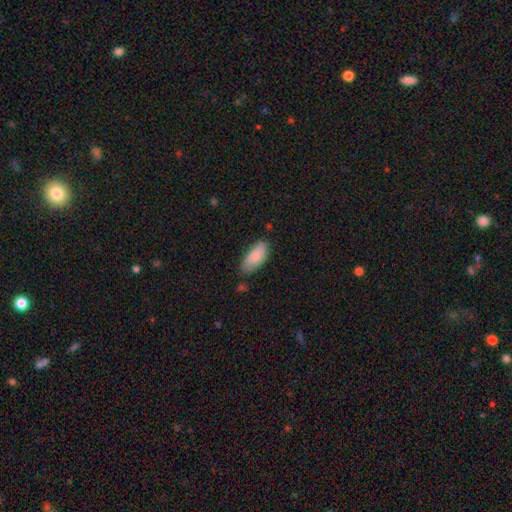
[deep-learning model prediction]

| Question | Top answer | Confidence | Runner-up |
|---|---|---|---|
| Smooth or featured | smooth | 87% | featured or disk (7%) |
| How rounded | in between | 85% | cigar-shaped (13%) |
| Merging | none | 67% | minor disturbance (26%) |